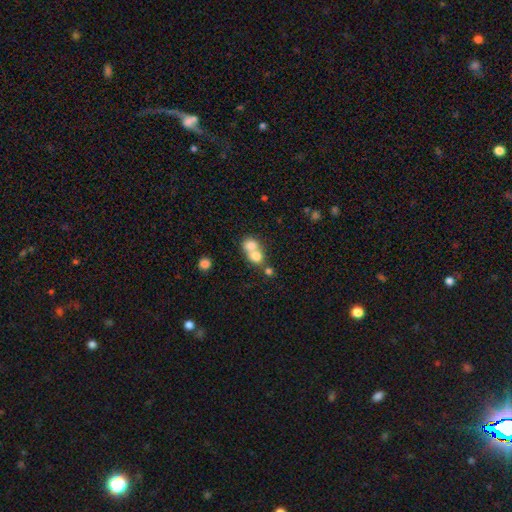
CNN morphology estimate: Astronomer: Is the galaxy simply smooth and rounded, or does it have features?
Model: smooth — 73%.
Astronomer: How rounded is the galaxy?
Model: round — 71%.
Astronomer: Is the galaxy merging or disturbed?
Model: merger — 71%.